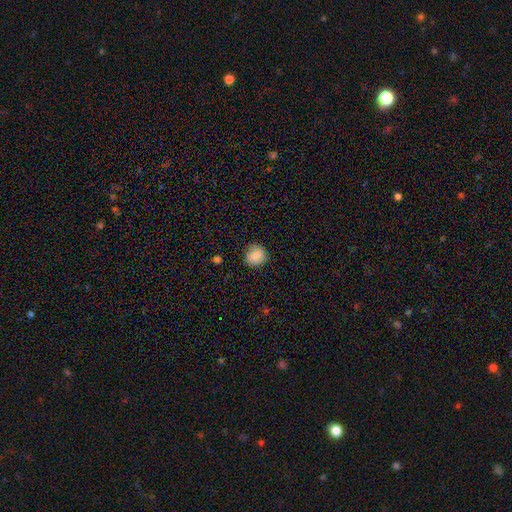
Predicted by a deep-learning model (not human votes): The model was most divided on "merging": none: 85%, minor disturbance: 12%, major disturbance: 2%, merger: 1%. More confident: how rounded — round (89%); smooth or featured — smooth (84%).